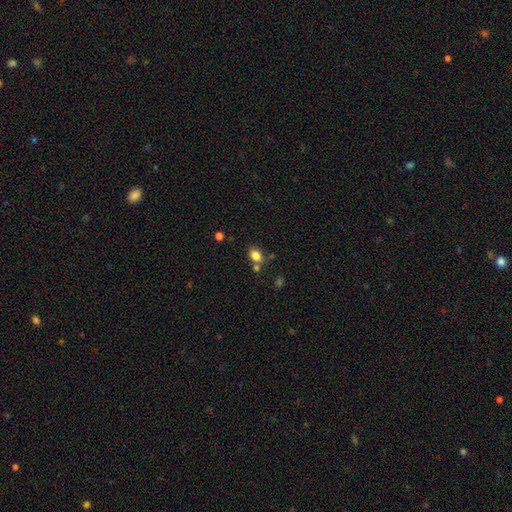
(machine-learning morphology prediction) The model was most divided on "how rounded": in between: 67%, round: 32%, cigar-shaped: 1%. More confident: smooth or featured — smooth (83%); merging — none (65%).